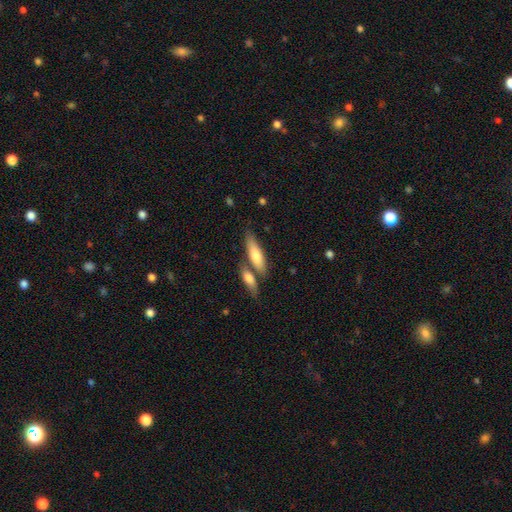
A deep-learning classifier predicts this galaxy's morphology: smooth_or_featured: smooth (p=0.73) [alt: featured or disk p=0.22]
how_rounded: cigar-shaped (p=0.56) [alt: in between p=0.42]
merging: none (p=0.55) [alt: merger p=0.31]